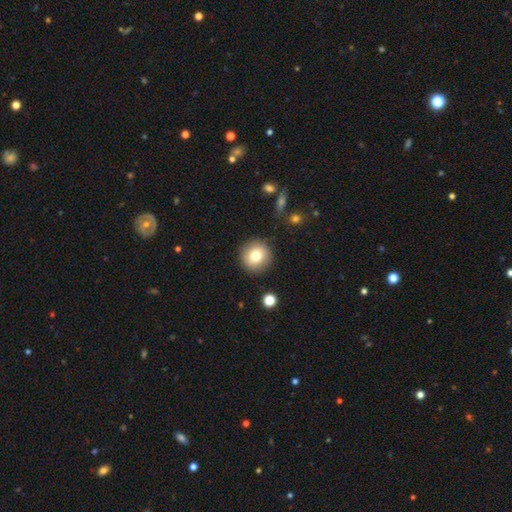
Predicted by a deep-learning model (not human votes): smooth_or_featured: smooth (p=0.78) [alt: featured or disk p=0.12]
how_rounded: round (p=0.95) [alt: in between p=0.05]
merging: none (p=0.90) [alt: minor disturbance p=0.06]